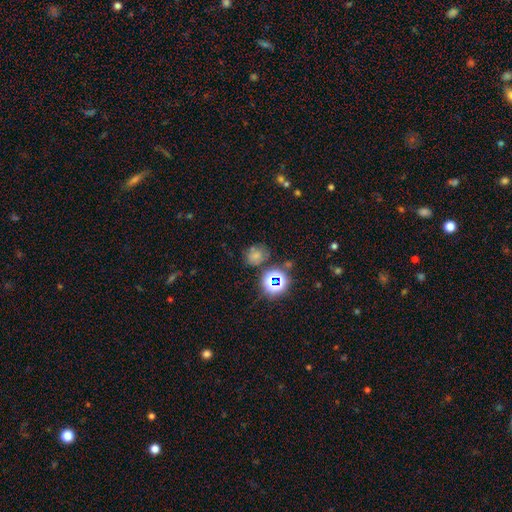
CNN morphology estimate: Smooth or featured: smooth — 58% (star or artifact — 32%)
How rounded: round — 64% (in between — 35%)
Merging: none — 65% (minor disturbance — 18%)